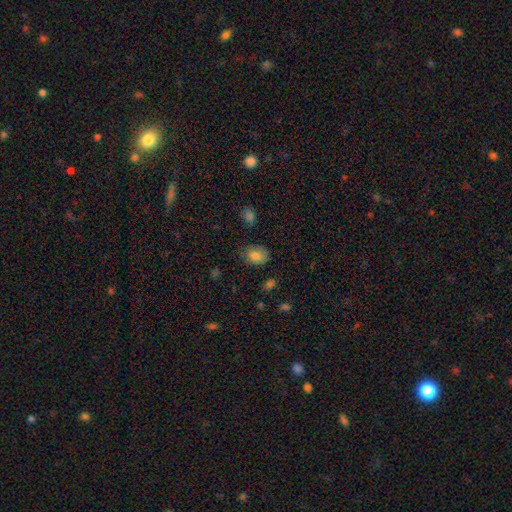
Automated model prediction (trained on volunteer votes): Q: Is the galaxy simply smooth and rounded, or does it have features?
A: smooth — 82%.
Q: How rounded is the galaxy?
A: in between — 67%.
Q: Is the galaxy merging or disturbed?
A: none — 75%.